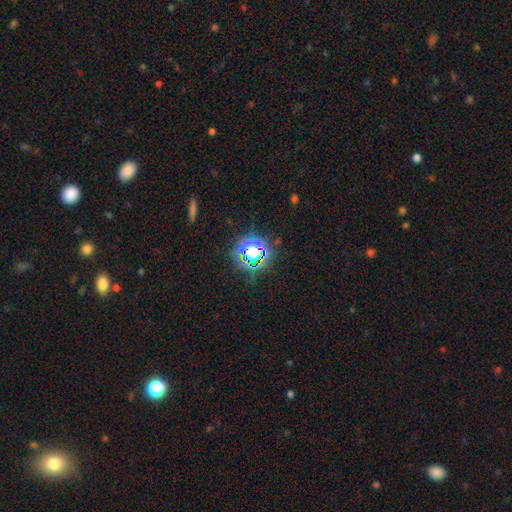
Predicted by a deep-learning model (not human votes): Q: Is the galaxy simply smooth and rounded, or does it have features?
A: star or artifact — 65%.